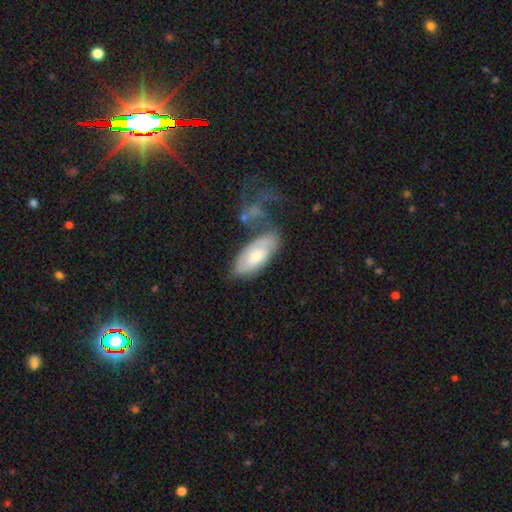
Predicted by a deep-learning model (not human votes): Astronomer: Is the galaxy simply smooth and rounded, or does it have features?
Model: smooth — 48% (runner-up: featured or disk, 45%).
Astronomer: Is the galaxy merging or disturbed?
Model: none — 47% (runner-up: minor disturbance, 24%).